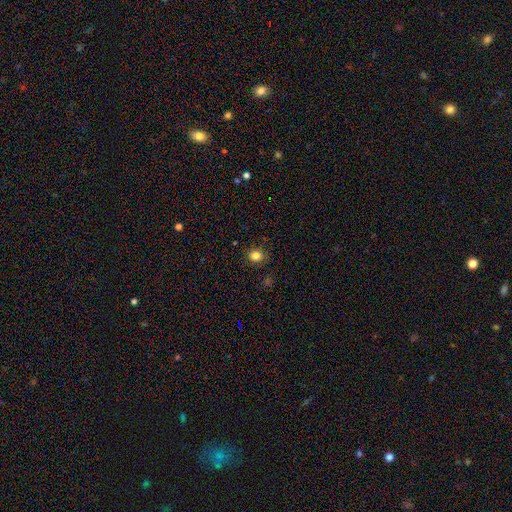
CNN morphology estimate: smooth-or-featured: smooth: 83% | star or artifact: 12% | featured or disk: 5%
  how-rounded: round: 74% | in between: 25% | cigar-shaped: 1%
  merging: none: 88% | minor disturbance: 8% | major disturbance: 2% | merger: 1%